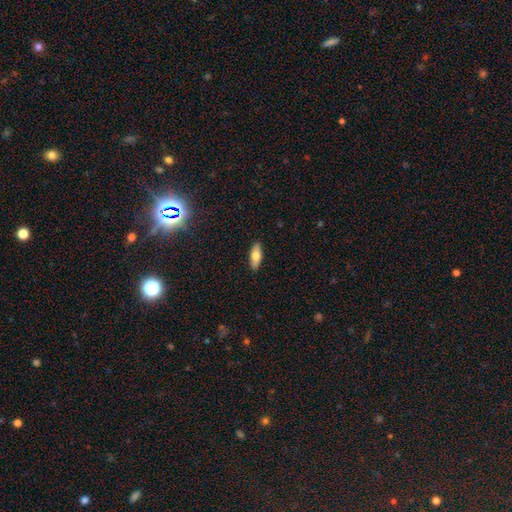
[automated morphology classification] Smooth or featured? Predicted: smooth (p=0.72). How rounded? Predicted: in between (p=0.73). Merging? Predicted: none (p=0.90).